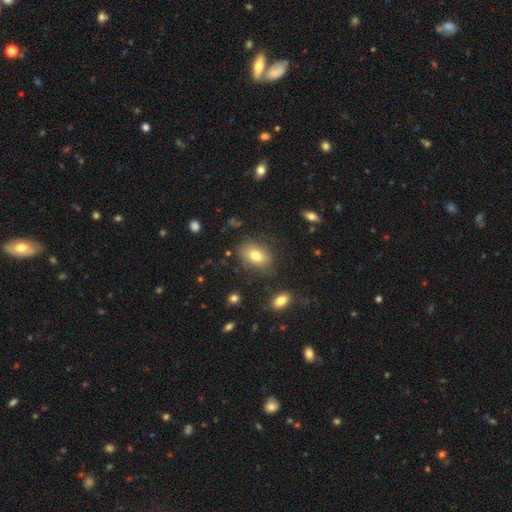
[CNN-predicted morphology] Q: Smooth or featured?
A: smooth (76%); runner-up: featured or disk (14%)
Q: How rounded?
A: in between (78%); runner-up: round (20%)
Q: Merging?
A: none (75%); runner-up: minor disturbance (17%)